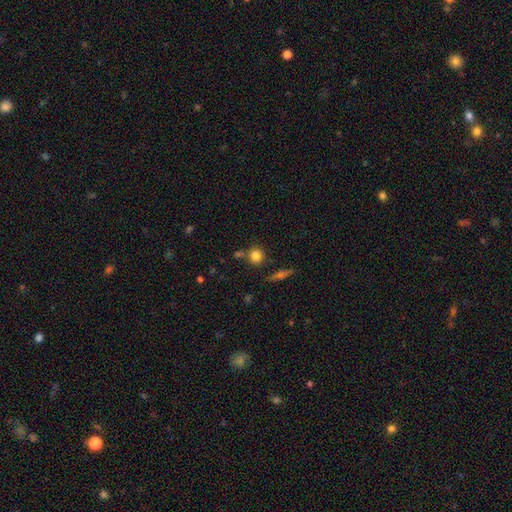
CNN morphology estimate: Q: Smooth or featured?
A: smooth (82%); runner-up: star or artifact (11%)
Q: How rounded?
A: round (89%); runner-up: in between (9%)
Q: Merging?
A: none (72%); runner-up: merger (14%)